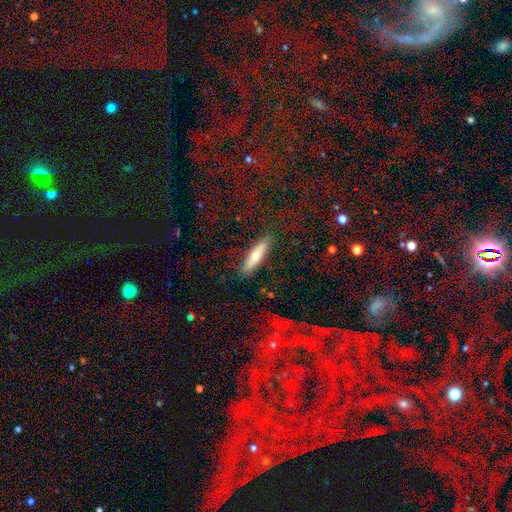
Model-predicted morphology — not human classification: The model was most divided on "smooth or featured": smooth: 65%, featured or disk: 29%, star or artifact: 6%. More confident: merging — none (86%); how rounded — cigar-shaped (76%).